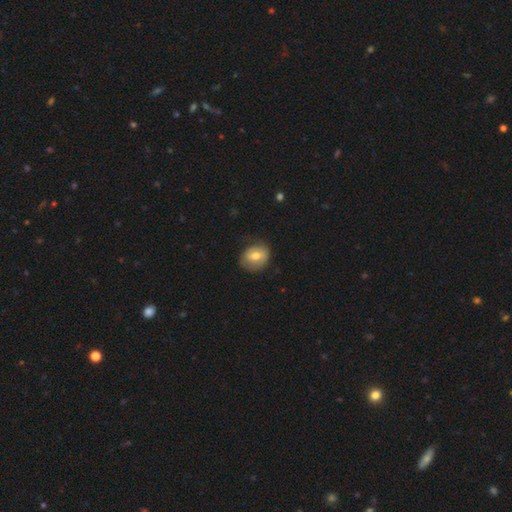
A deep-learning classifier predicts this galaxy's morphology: A smooth galaxy with no disk features (65%) that is round (53%).

Vote fractions:
- Smooth or featured? smooth: 65% / featured or disk: 28% / star or artifact: 7%
- How rounded? round: 53% / in between: 46% / cigar-shaped: 1%
- Merging? none: 67% / minor disturbance: 24% / major disturbance: 8% / merger: 1%